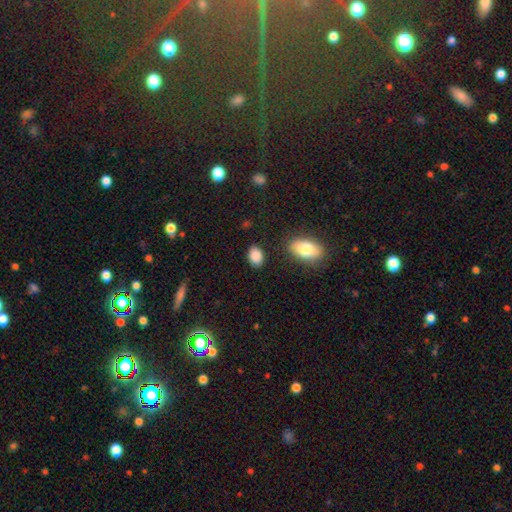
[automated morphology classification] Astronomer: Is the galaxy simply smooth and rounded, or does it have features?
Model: smooth — 88%.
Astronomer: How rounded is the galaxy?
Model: in between — 82%.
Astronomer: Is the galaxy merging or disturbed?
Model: none — 84%.